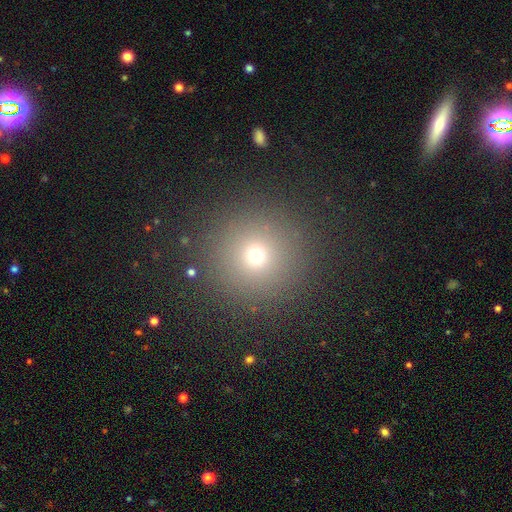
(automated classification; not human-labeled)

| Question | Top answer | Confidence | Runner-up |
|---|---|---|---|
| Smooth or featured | smooth | 69% | star or artifact (22%) |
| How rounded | round | 96% | in between (3%) |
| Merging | none | 90% | minor disturbance (5%) |